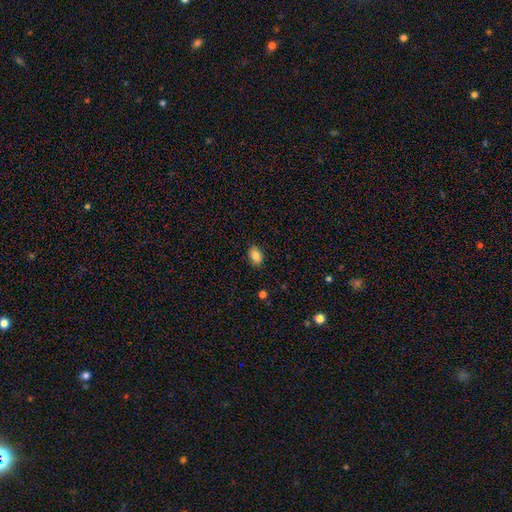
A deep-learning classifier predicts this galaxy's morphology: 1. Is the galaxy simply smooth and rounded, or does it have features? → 85% smooth, 9% star or artifact, 6% featured or disk.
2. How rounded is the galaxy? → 79% in between, 20% round, 1% cigar-shaped.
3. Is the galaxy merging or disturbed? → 87% none, 9% minor disturbance, 2% major disturbance, 1% merger.